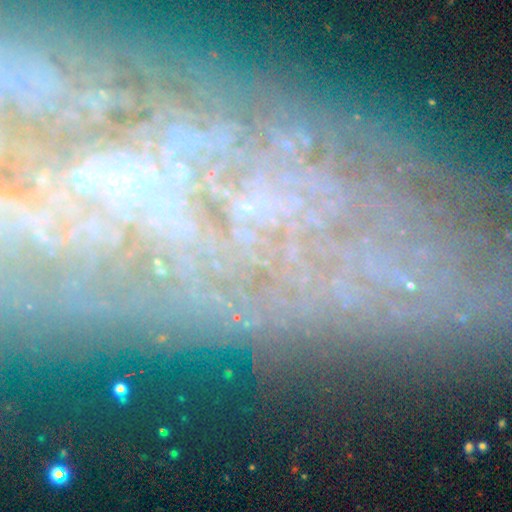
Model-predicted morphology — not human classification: Q: Smooth or featured?
A: star or artifact (43%); tied with: featured or disk (43%)